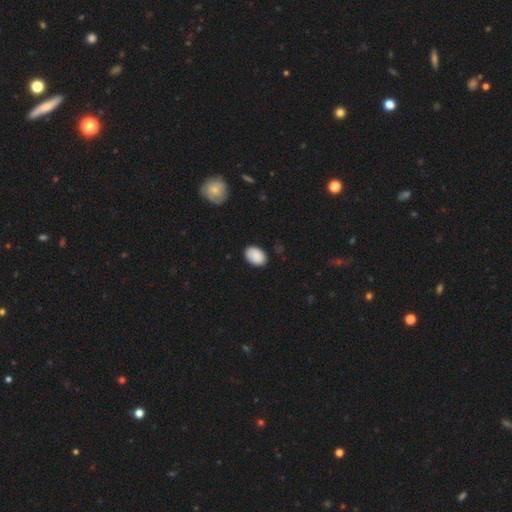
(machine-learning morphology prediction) Smooth or featured? smooth (88%)
How rounded? in between (83%)
Merging? none (82%)